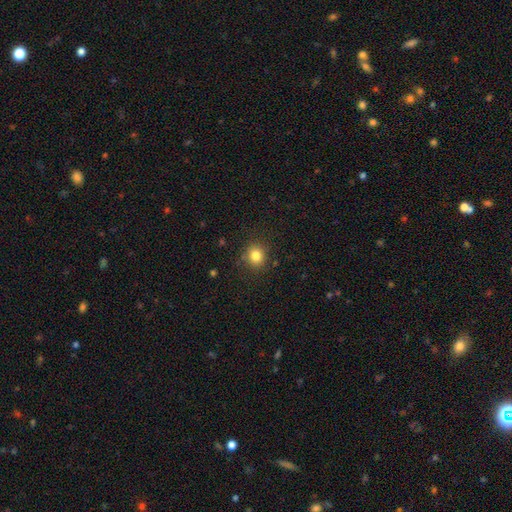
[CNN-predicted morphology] The model was most divided on "smooth or featured": smooth: 82%, star or artifact: 12%, featured or disk: 6%. More confident: how rounded — round (86%); merging — none (86%).